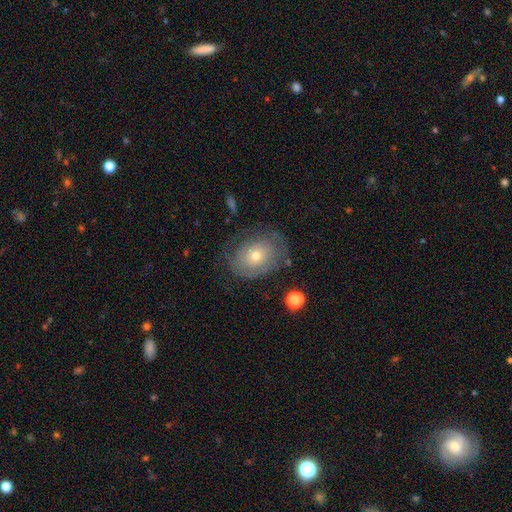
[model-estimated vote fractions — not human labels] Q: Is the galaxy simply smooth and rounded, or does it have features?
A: featured or disk — 49%.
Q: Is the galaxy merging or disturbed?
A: none — 65%.